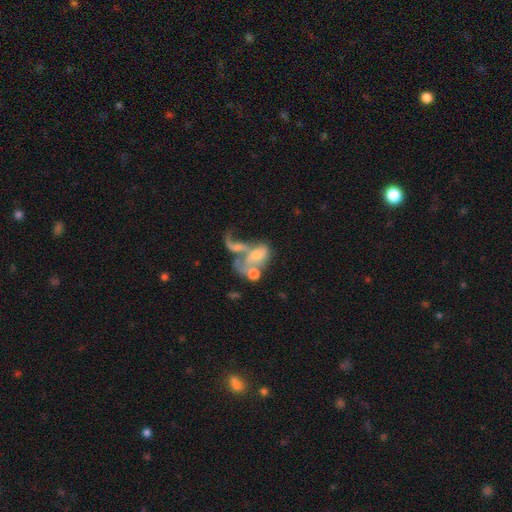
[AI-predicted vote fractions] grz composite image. It shows a featured or disk galaxy (53%) with no bar (75%), no spiral arms (61%) and no central bulge (34%). Merging: merger (58%).